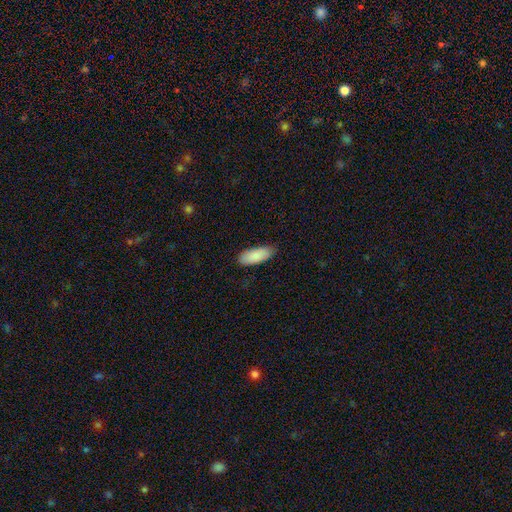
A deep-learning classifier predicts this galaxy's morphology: type=smooth (88%); roundness=in between (83%); merging=none (82%).